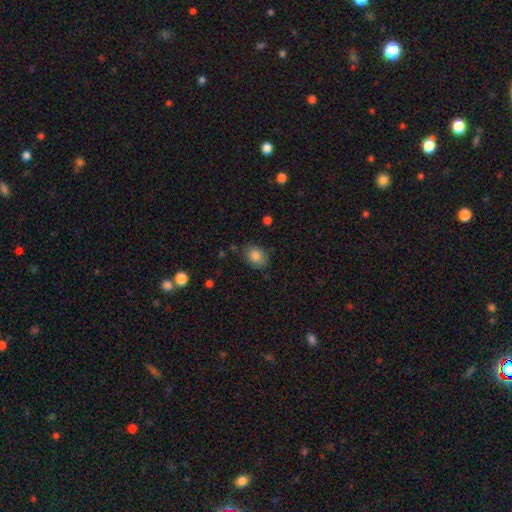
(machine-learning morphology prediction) Overall: smooth (85%). How rounded: in between (62%; round 37%). Merging: none (78%).